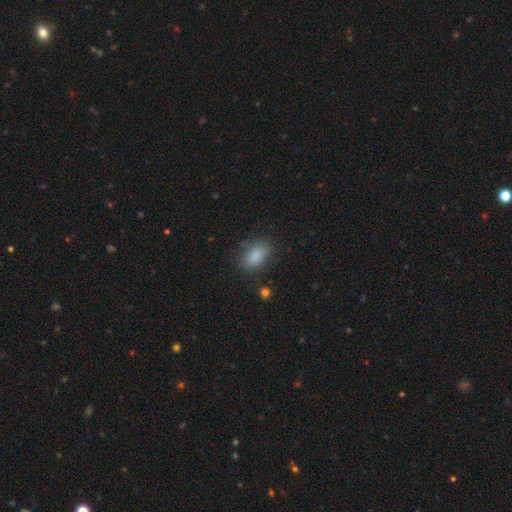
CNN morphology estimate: Q: Smooth or featured?
A: smooth (87%); runner-up: star or artifact (8%)
Q: How rounded?
A: in between (89%); runner-up: round (8%)
Q: Merging?
A: none (79%); runner-up: minor disturbance (14%)